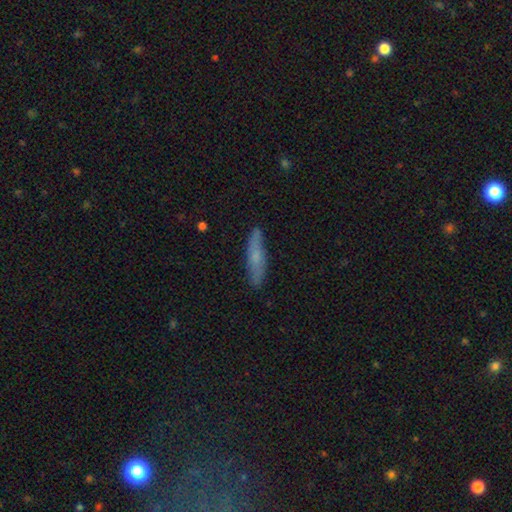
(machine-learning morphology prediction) Smooth or featured? Predicted: smooth (p=0.58). How rounded? Predicted: cigar-shaped (p=0.84). Merging? Predicted: none (p=0.86).